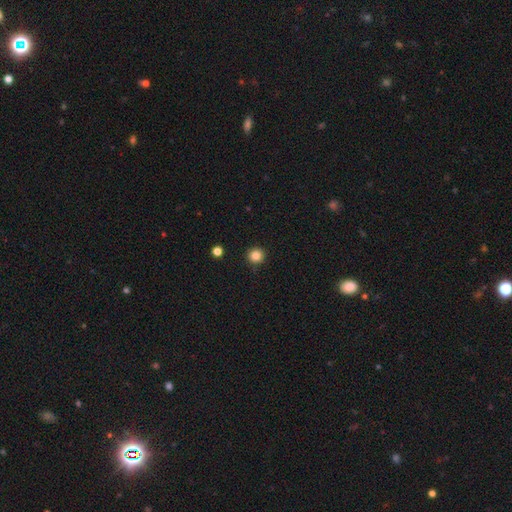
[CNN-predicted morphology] smooth-or-featured: smooth: 84% | star or artifact: 12% | featured or disk: 4%
  how-rounded: round: 94% | in between: 5% | cigar-shaped: 1%
  merging: none: 91% | minor disturbance: 6% | major disturbance: 2% | merger: 1%